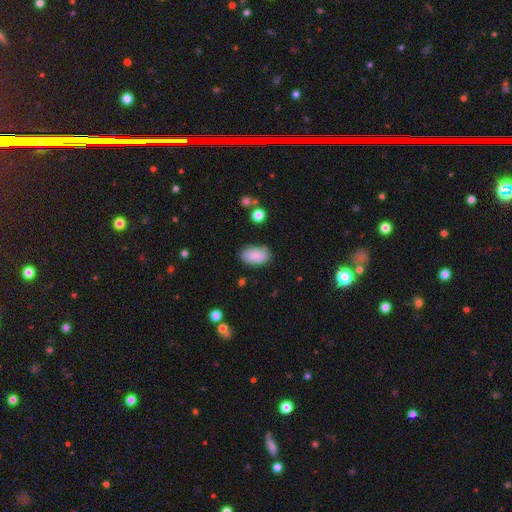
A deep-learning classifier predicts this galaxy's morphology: The model was most divided on "merging": none: 83%, minor disturbance: 12%, major disturbance: 3%, merger: 2%. More confident: how rounded — in between (94%); smooth or featured — smooth (89%).